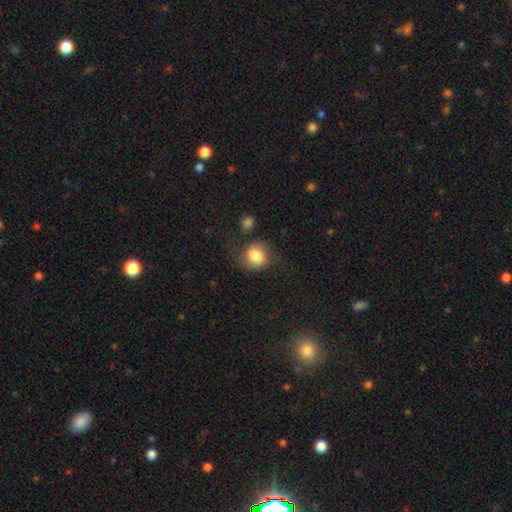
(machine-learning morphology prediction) Smooth or featured: smooth — 80% (featured or disk — 12%)
How rounded: round — 65% (in between — 34%)
Merging: none — 56% (minor disturbance — 24%)